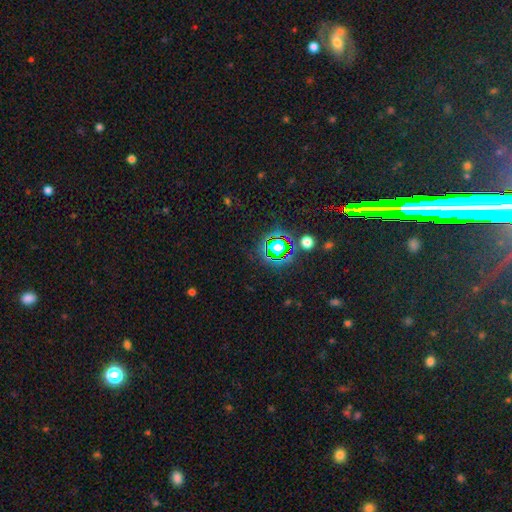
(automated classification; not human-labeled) Overall: star or artifact (77%).